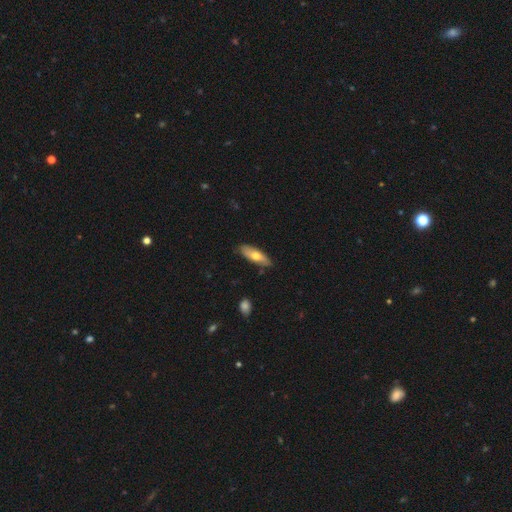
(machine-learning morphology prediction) Overall: smooth (62%; featured or disk 32%). How rounded: in between (58%; cigar-shaped 39%). Merging: none (81%).